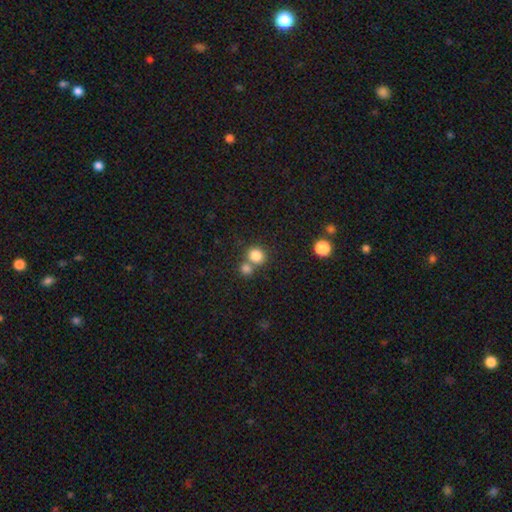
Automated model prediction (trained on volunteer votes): Smooth or featured? smooth (83%)
How rounded? round (84%)
Merging? none (52%)